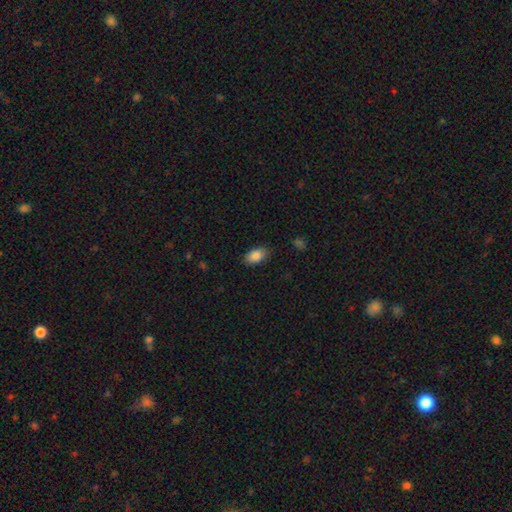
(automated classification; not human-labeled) A smooth galaxy with no disk features (86%) that is in between round and cigar-shaped (92%). Merging: none (85%).